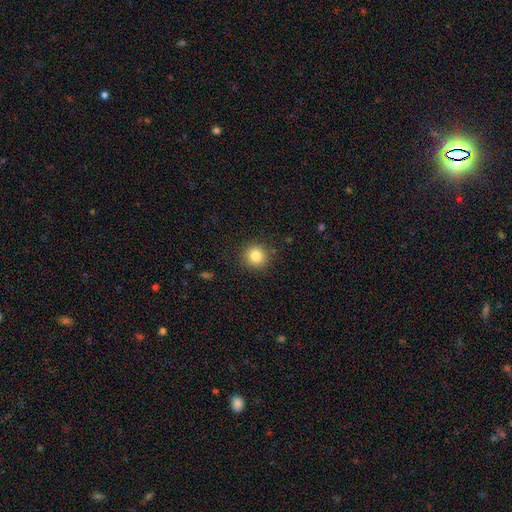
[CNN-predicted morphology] Overall: smooth (83%). How rounded: round (92%). Merging: none (89%).